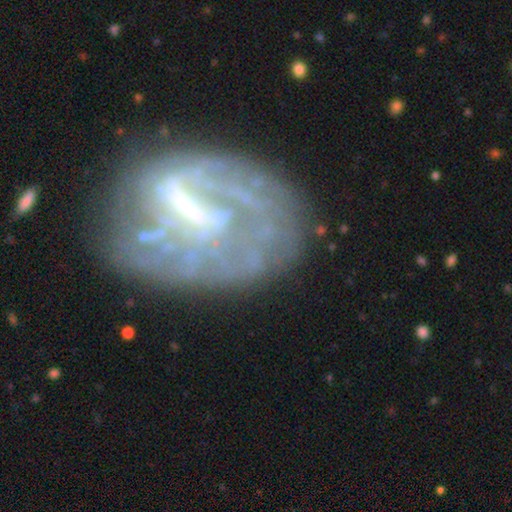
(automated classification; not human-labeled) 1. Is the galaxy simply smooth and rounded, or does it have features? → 75% featured or disk, 15% smooth, 10% star or artifact.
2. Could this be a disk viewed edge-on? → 96% no, 4% yes.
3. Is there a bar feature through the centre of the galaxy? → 43% strong, 37% weak, 21% no.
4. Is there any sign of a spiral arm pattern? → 54% yes, 46% no.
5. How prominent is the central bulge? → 41% none, 31% small, 24% moderate, 4% large, 1% dominant.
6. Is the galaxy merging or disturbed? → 46% none, 28% major disturbance, 21% minor disturbance, 5% merger.